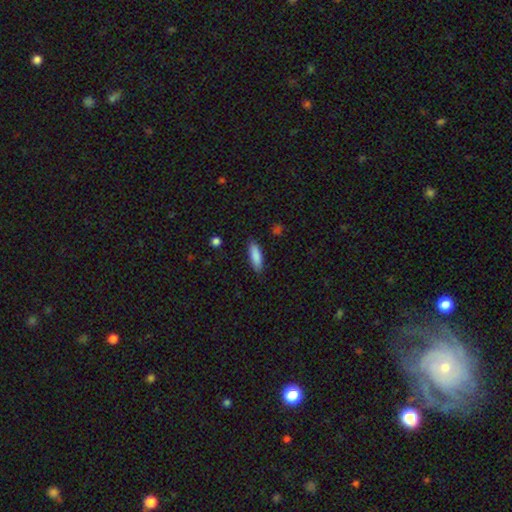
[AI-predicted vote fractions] Morphology: type=smooth (87%); roundness=in between (49%, tied with cigar-shaped); merging=none (86%).